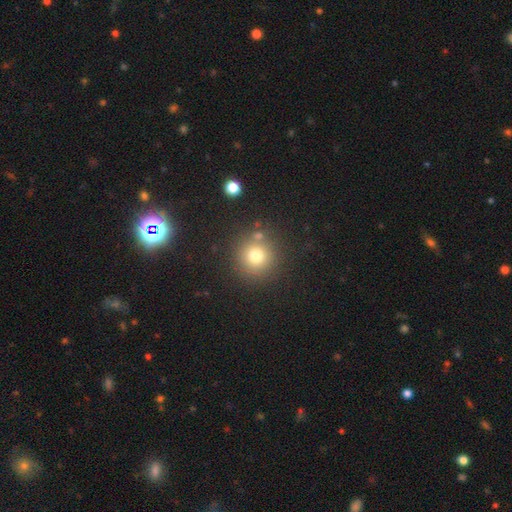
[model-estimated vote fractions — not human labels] Smooth or featured? smooth (75%)
How rounded? round (94%)
Merging? none (81%)